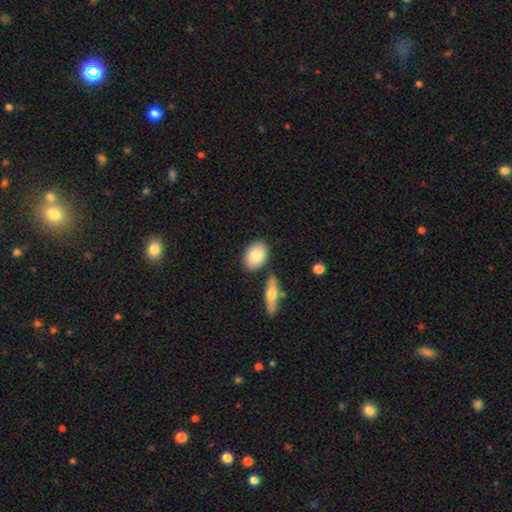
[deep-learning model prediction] smooth_or_featured: smooth (p=0.83) [alt: featured or disk p=0.11]
how_rounded: in between (p=0.76) [alt: round p=0.21]
merging: none (p=0.76) [alt: minor disturbance p=0.11]